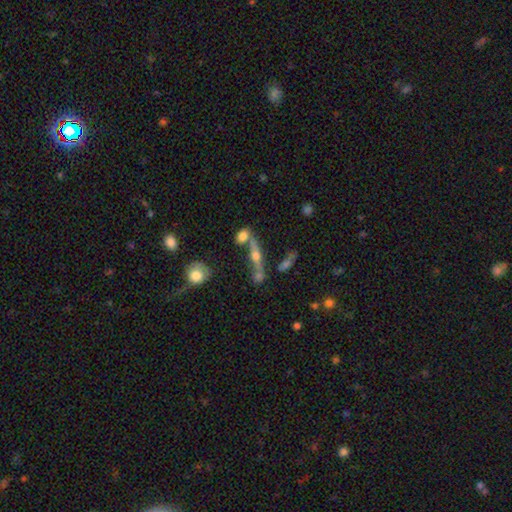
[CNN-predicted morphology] Smooth or featured? Predicted: featured or disk (p=0.60). Edge-on disk? Predicted: yes (p=0.86). Edge-on bulge? Predicted: rounded (p=0.93). Merging? Predicted: none (p=0.56).